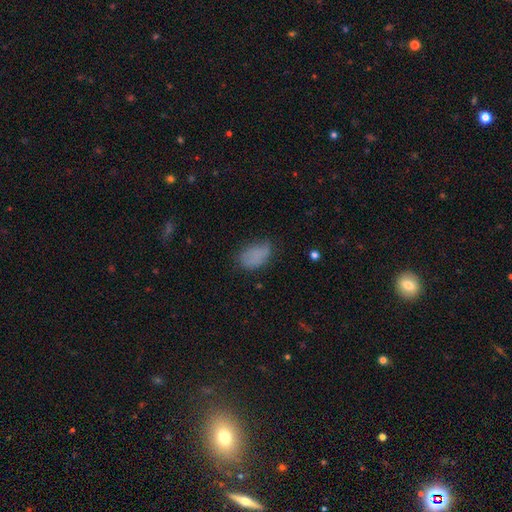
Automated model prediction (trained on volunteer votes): Morphology: type=smooth (76%); roundness=in between (90%); merging=none (57%).